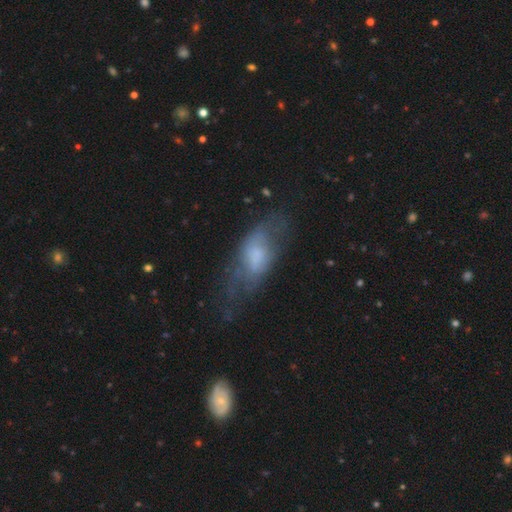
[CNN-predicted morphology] Smooth or featured?
  - smooth: 51% *
  - featured or disk: 39%
  - star or artifact: 10%
How rounded?
  - in between: 79% *
  - cigar-shaped: 17%
  - round: 4%
Merging?
  - none: 49% *
  - minor disturbance: 26%
  - major disturbance: 22%
  - merger: 3%